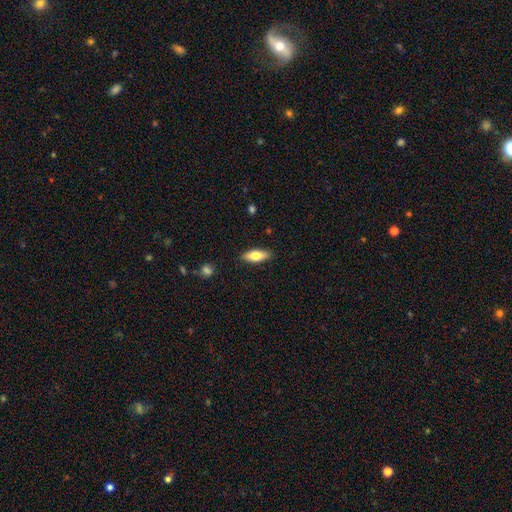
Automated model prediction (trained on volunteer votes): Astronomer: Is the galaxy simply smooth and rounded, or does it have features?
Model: smooth — 67%.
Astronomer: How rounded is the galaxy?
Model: in between — 68%.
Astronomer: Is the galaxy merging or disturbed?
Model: none — 88%.